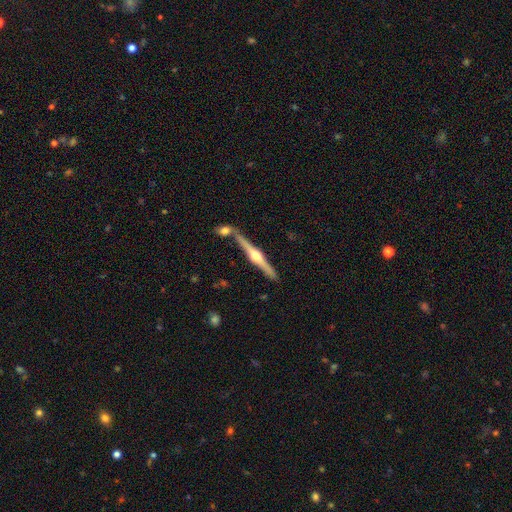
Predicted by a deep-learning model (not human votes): Smooth or featured? Predicted: featured or disk (p=0.81). Edge-on disk? Predicted: yes (p=0.98). Edge-on bulge? Predicted: rounded (p=0.95). Merging? Predicted: none (p=0.78).